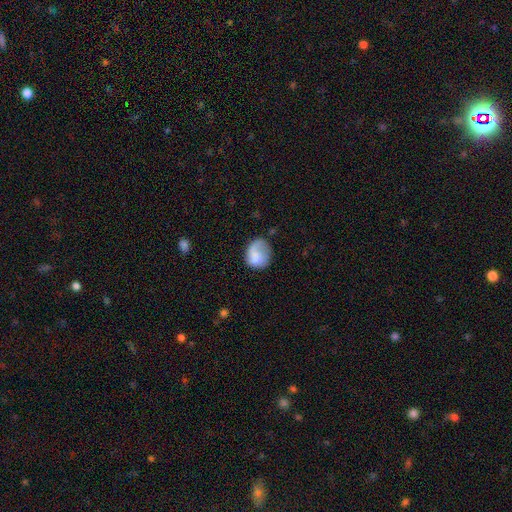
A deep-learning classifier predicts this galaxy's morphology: smooth 69%, featured or disk 24%, star or artifact 7%. Down the decision tree: how rounded — round (62%); merging — none (46%).